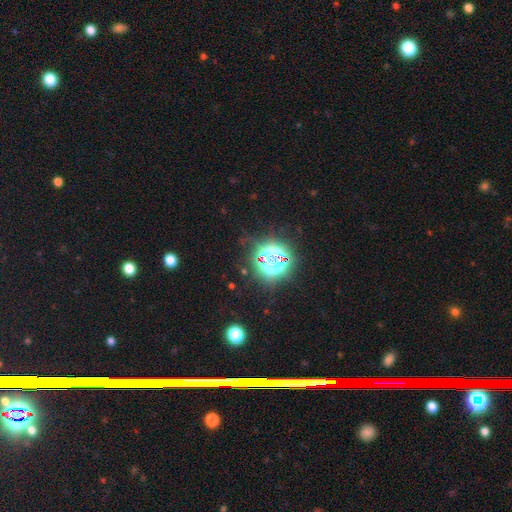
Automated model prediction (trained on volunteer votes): The model was most divided on "smooth or featured": star or artifact: 73%, smooth: 20%, featured or disk: 8%.